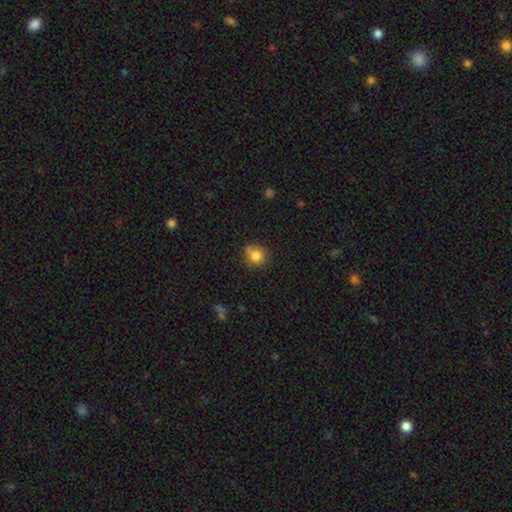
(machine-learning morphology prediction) type=smooth (82%); roundness=round (84%); merging=none (70%).